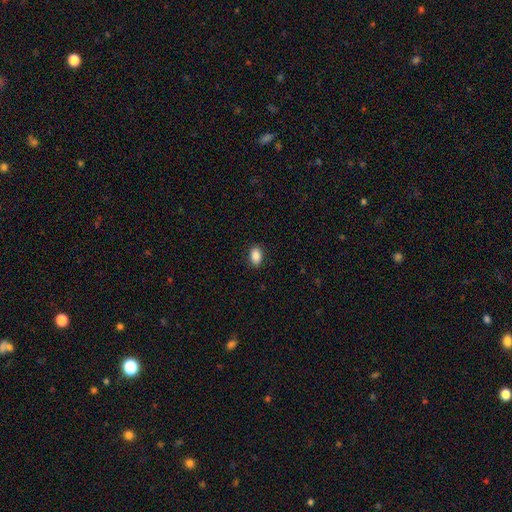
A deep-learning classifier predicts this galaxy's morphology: The model was most divided on "how rounded": in between: 86%, round: 13%, cigar-shaped: 2%. More confident: merging — none (89%); smooth or featured — smooth (88%).